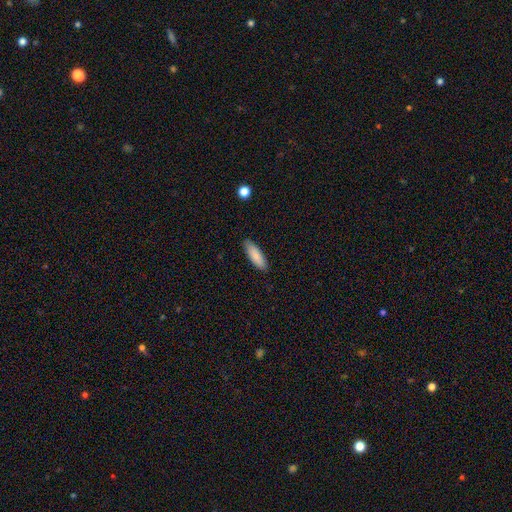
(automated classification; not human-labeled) smooth_or_featured: smooth (p=0.86) [alt: featured or disk p=0.08]
how_rounded: in between (p=0.52) [alt: cigar-shaped p=0.46]
merging: none (p=0.87) [alt: minor disturbance p=0.10]